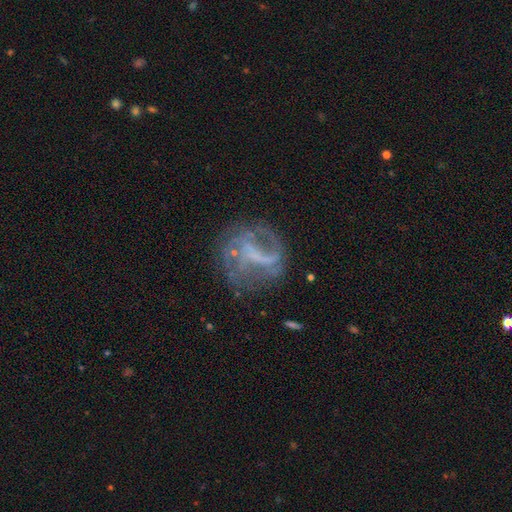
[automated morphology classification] A featured or disk galaxy (74%) with a weak bar (38%), 2 (41%) loose (45%) spiral arms (71%) and no central bulge (62%).

Vote fractions:
- Smooth or featured? featured or disk: 74% / smooth: 15% / star or artifact: 12%
- Edge-on disk? no: 97% / yes: 3%
- Bar? weak: 38% / no: 33% / strong: 29%
- Spiral arms? yes: 71% / no: 29%
- Spiral winding? loose: 45% / medium: 35% / tight: 20%
- Spiral arm count? 2: 41% / can't tell: 26% / 1: 18% / 3: 9% / 4: 4% / more than 4: 3%
- Bulge size? none: 62% / small: 22% / moderate: 12% / large: 3% / dominant: 1%
- Merging? none: 56% / major disturbance: 23% / minor disturbance: 18% / merger: 3%